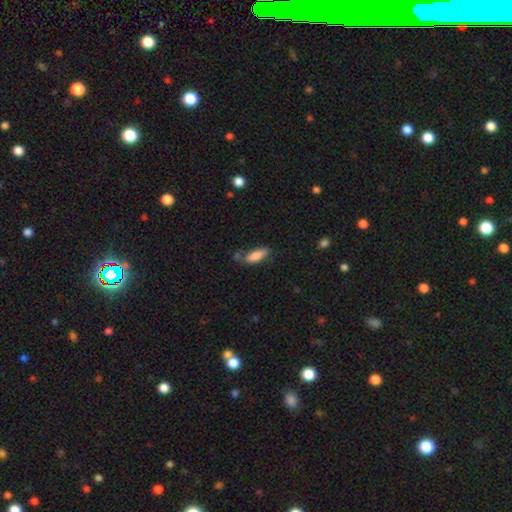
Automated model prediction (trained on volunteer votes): Morphology: type=smooth (82%); roundness=in between (59%); merging=none (59%).